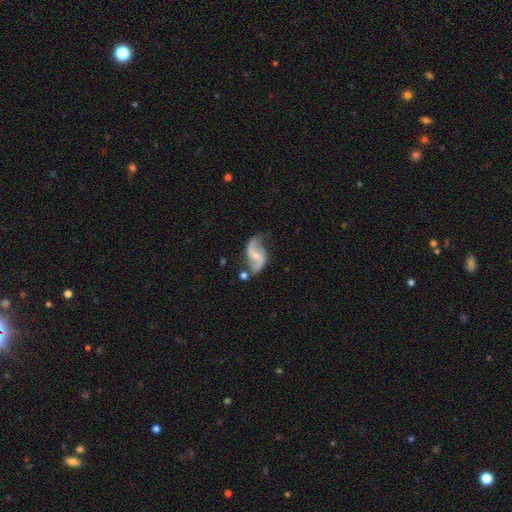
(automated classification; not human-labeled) smooth_or_featured: featured or disk (p=0.86) [alt: smooth p=0.09]
disk_edge_on: no (p=0.97) [alt: yes p=0.03]
bar: weak (p=0.41) [alt: no p=0.36]
has_spiral_arms: yes (p=0.95) [alt: no p=0.05]
spiral_winding: loose (p=0.72) [alt: medium p=0.22]
spiral_arm_count: 2 (p=0.92) [alt: can't tell p=0.03]
bulge_size: small (p=0.57) [alt: moderate p=0.35]
merging: none (p=0.61) [alt: minor disturbance p=0.21]